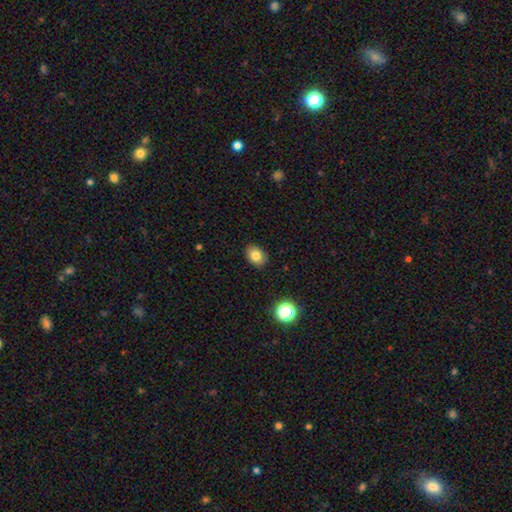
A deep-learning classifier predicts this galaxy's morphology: A smooth galaxy with no disk features (81%) that is in between round and cigar-shaped (69%). Merging: none (88%).